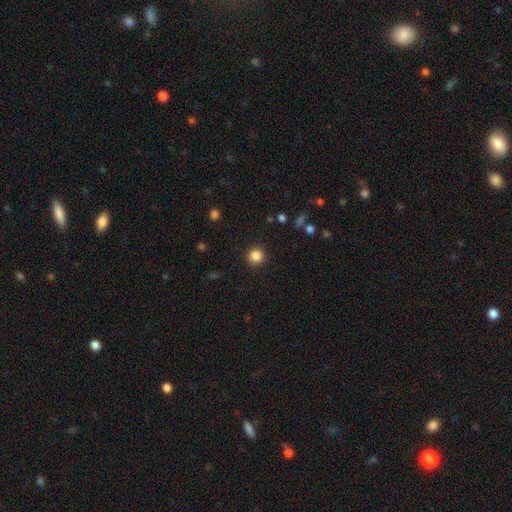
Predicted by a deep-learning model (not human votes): This is clearly a smooth galaxy (85%). How rounded: clearly round (93%). Merging: clearly none (91%).